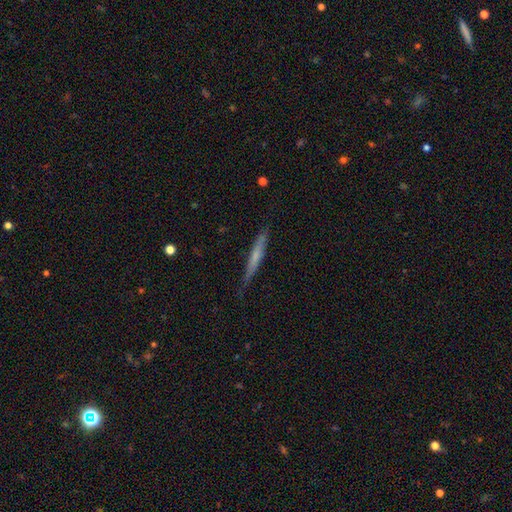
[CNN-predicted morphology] This appears to be a smooth galaxy with no disk features (49%). Merging: none (81%).